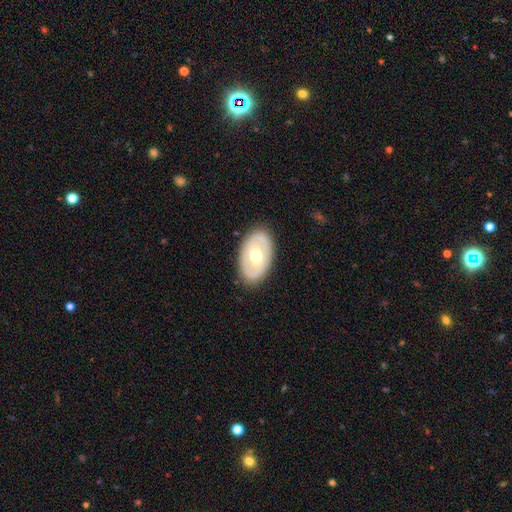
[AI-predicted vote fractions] Smooth or featured?
  - featured or disk: 57% *
  - smooth: 39%
  - star or artifact: 5%
Edge-on disk?
  - no: 90% *
  - yes: 10%
Bar?
  - no: 52% *
  - weak: 32%
  - strong: 16%
Spiral arms?
  - no: 79% *
  - yes: 21%
Bulge size?
  - moderate: 73% *
  - small: 14%
  - large: 11%
  - dominant: 1%
  - none: 1%
Merging?
  - none: 86% *
  - minor disturbance: 10%
  - major disturbance: 3%
  - merger: 1%